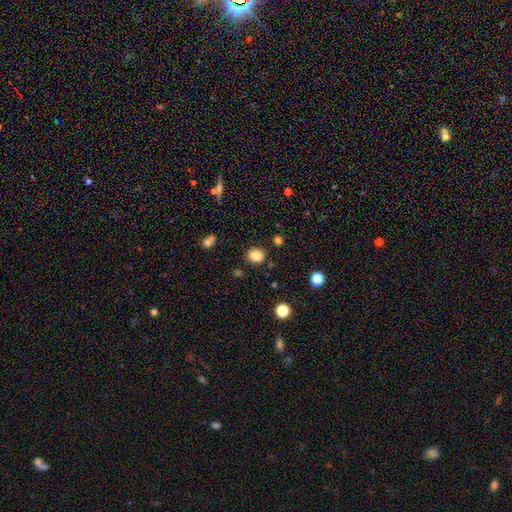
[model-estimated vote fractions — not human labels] Smooth or featured: smooth — 84% (star or artifact — 11%)
How rounded: round — 75% (in between — 24%)
Merging: none — 87% (minor disturbance — 8%)